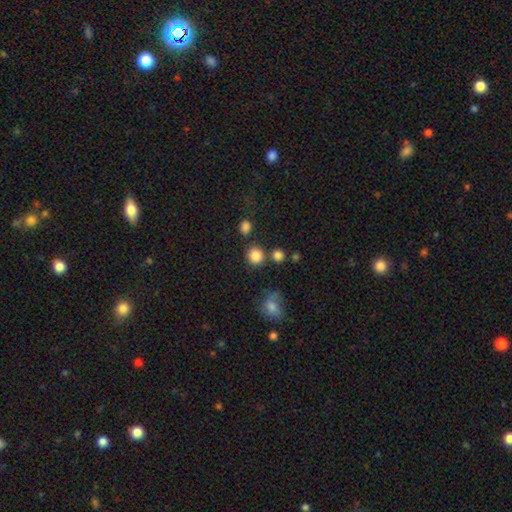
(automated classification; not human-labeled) Overall: smooth (85%). How rounded: round (87%). Merging: none (77%).